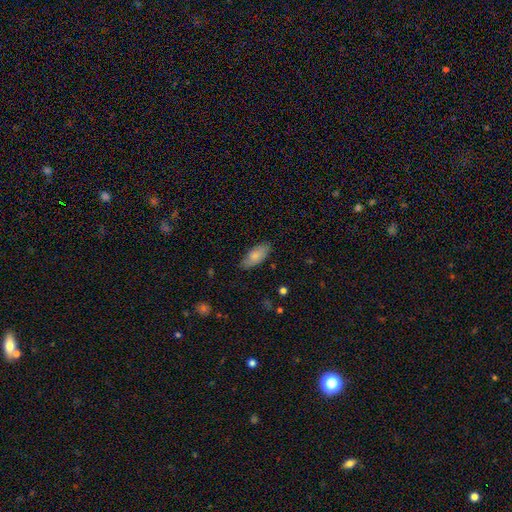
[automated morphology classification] A smooth galaxy with no disk features (82%) that is in between round and cigar-shaped (87%). Merging: none (82%).